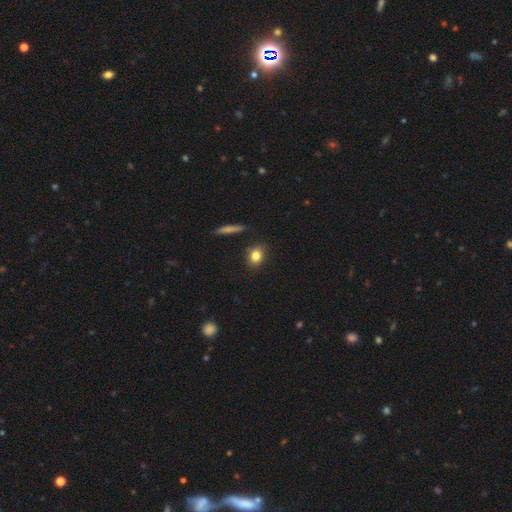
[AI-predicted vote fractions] Overall: smooth (81%). How rounded: in between (50%; round 46%). Merging: none (85%).